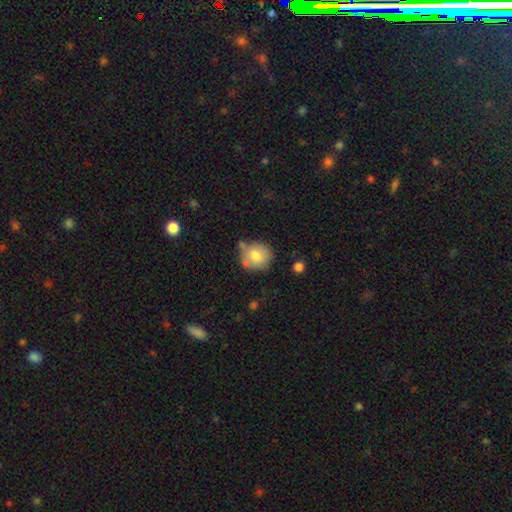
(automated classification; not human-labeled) This appears to be a smooth galaxy with no disk features (73%) that is round (81%). Merging: none (55%).